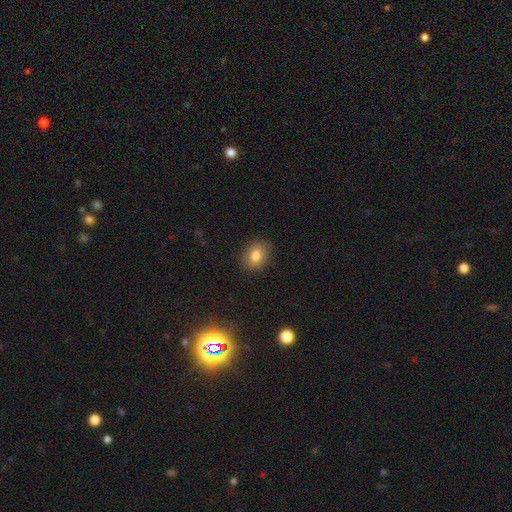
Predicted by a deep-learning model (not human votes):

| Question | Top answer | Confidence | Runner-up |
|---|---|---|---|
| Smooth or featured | smooth | 81% | star or artifact (10%) |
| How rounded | in between | 52% | round (47%) |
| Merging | none | 86% | minor disturbance (10%) |